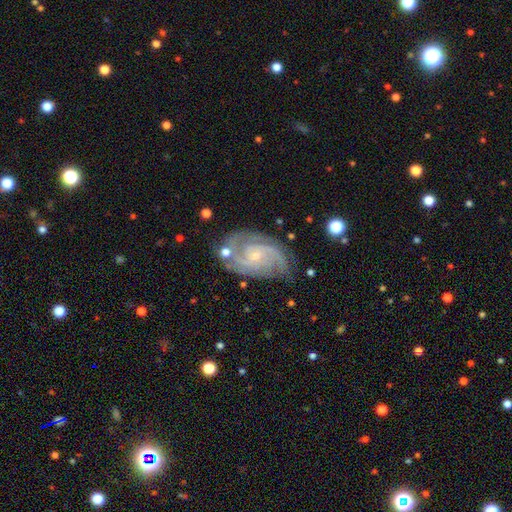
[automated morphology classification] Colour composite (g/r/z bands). It shows a featured or disk galaxy (88%) with no bar (66%), 2 (32%) tight (54%) spiral arms (98%) and a small central bulge (82%). Merging: none (70%).